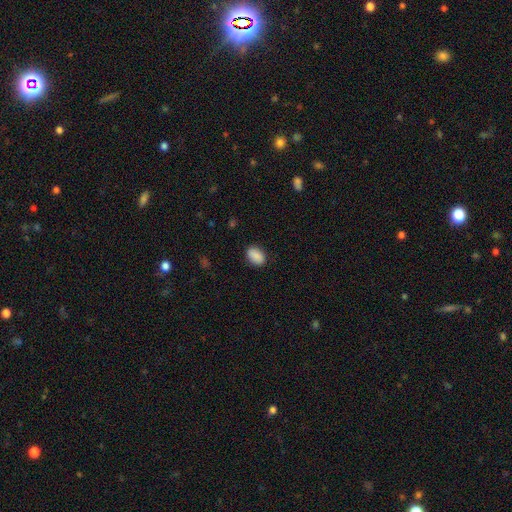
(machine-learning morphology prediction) A smooth galaxy with no disk features (89%) that is in between round and cigar-shaped (84%). Merging: none (86%).